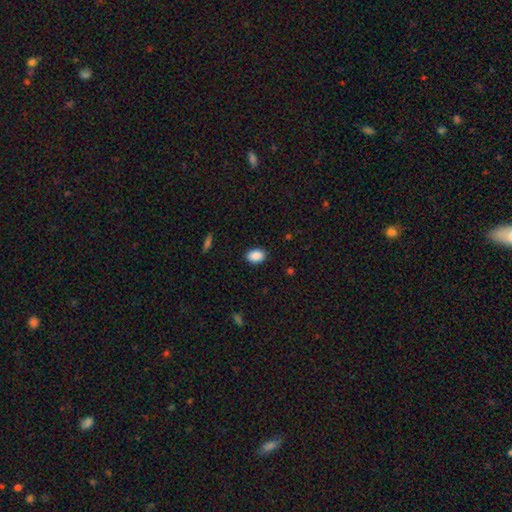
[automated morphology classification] The model was most divided on "how rounded": in between: 83%, round: 16%, cigar-shaped: 1%. More confident: smooth or featured — smooth (90%); merging — none (88%).